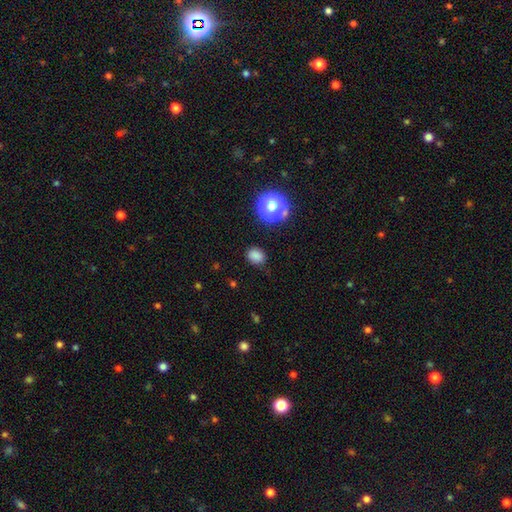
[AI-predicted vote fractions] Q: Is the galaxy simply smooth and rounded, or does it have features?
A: smooth — 81%.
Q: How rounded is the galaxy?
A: round — 51%.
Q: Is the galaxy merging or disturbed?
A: none — 82%.